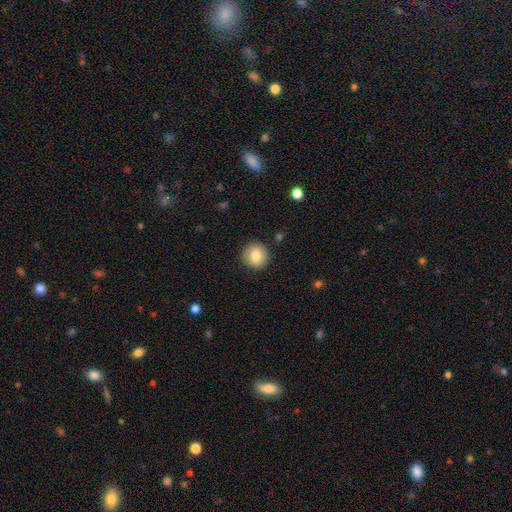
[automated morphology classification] Smooth or featured?
  - smooth: 82% *
  - featured or disk: 10%
  - star or artifact: 8%
How rounded?
  - round: 91% *
  - in between: 8%
  - cigar-shaped: 1%
Merging?
  - none: 90% *
  - minor disturbance: 7%
  - major disturbance: 2%
  - merger: 1%